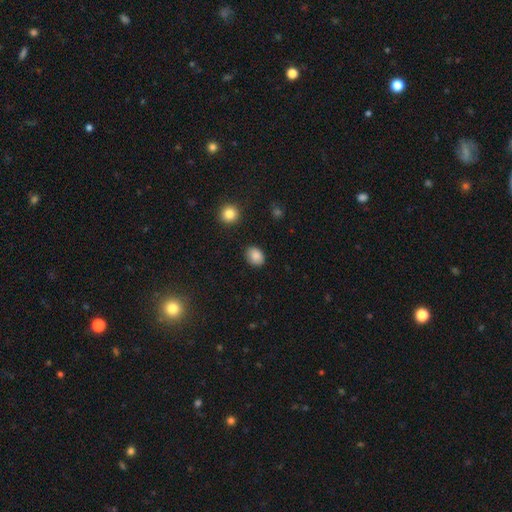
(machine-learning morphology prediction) type=smooth (87%); roundness=in between (61%); merging=none (85%).